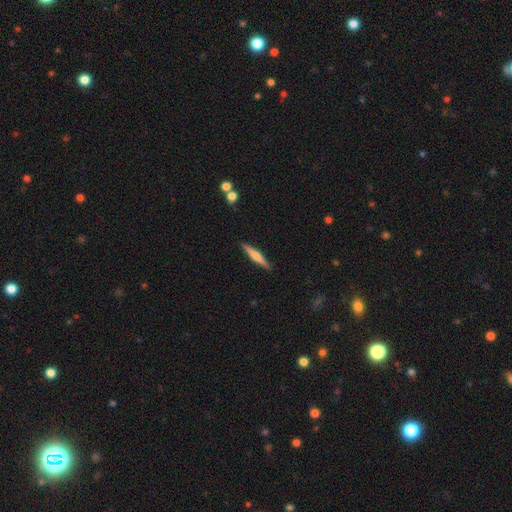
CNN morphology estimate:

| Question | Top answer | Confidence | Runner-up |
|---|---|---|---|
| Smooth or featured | featured or disk | 59% | smooth (36%) |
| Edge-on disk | yes | 98% | no (2%) |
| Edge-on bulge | rounded | 83% | boxy (9%) |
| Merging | none | 91% | minor disturbance (6%) |